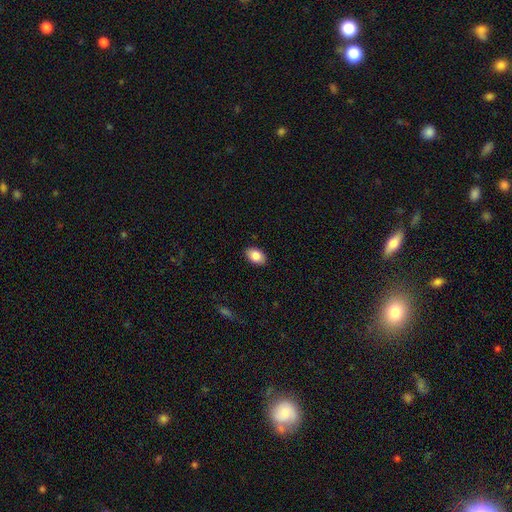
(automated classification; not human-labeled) Morphology: type=smooth (85%); roundness=in between (90%); merging=none (89%).